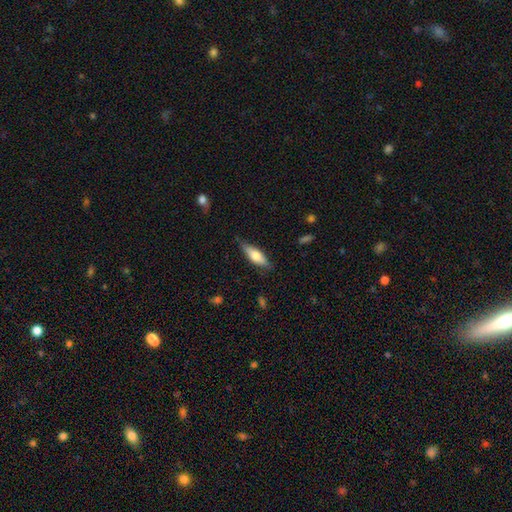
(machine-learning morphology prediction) Smooth or featured?
  - smooth: 61% *
  - featured or disk: 33%
  - star or artifact: 6%
How rounded?
  - in between: 50% *
  - cigar-shaped: 48%
  - round: 2%
Merging?
  - none: 78% *
  - minor disturbance: 17%
  - major disturbance: 3%
  - merger: 1%